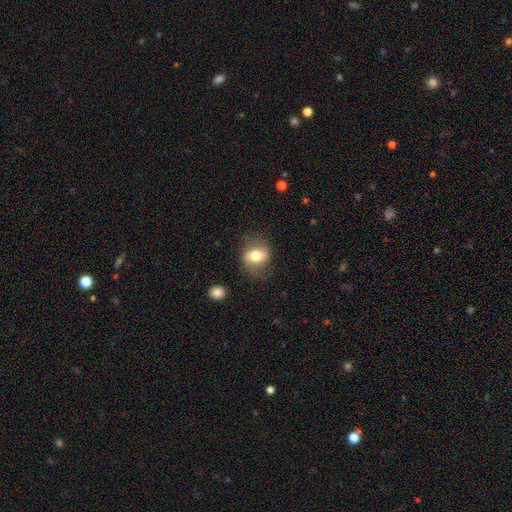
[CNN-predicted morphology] Smooth or featured? Predicted: smooth (p=0.70). How rounded? Predicted: in between (p=0.53). Merging? Predicted: none (p=0.73).